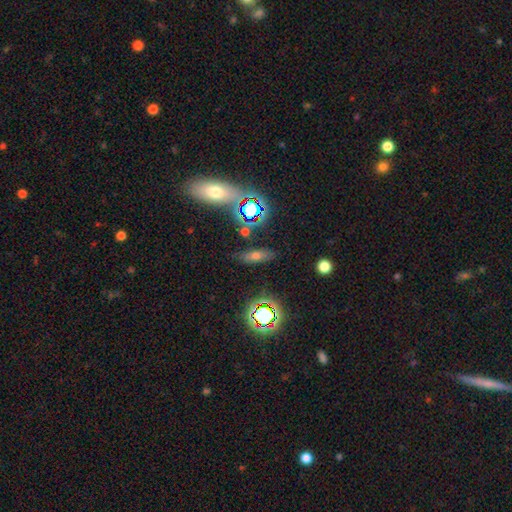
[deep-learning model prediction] Smooth or featured? Predicted: smooth (p=0.50). How rounded? Predicted: in between (p=0.51). Merging? Predicted: none (p=0.83).